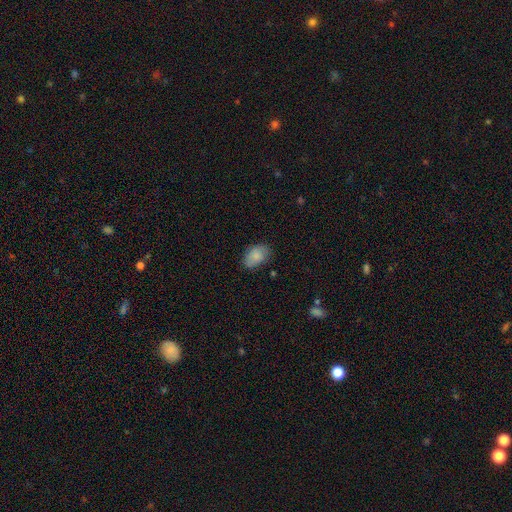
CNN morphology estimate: This appears to be a smooth galaxy with no disk features (84%) that is in between round and cigar-shaped (88%). Merging: none (75%).